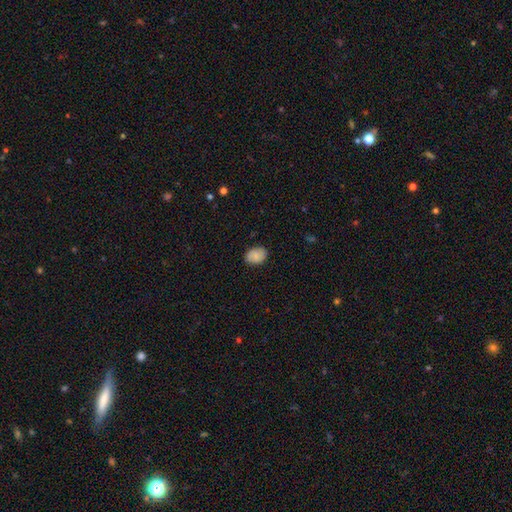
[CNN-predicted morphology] This appears to be a smooth galaxy with no disk features (82%) that is in between round and cigar-shaped (74%). Merging: none (83%).